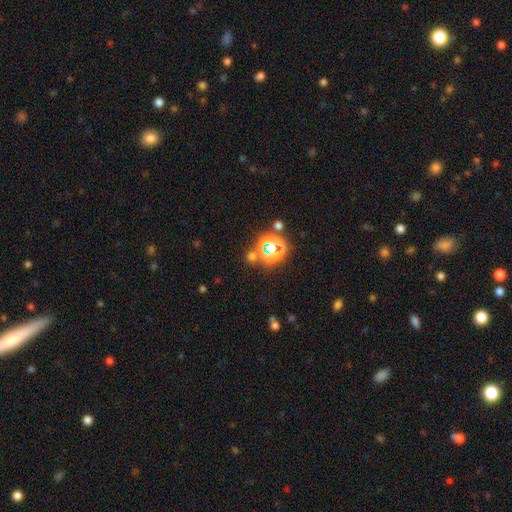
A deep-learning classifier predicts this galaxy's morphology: A star or artifact, not a galaxy (66%).

Vote fractions:
- Smooth or featured? star or artifact: 66% / smooth: 25% / featured or disk: 9%